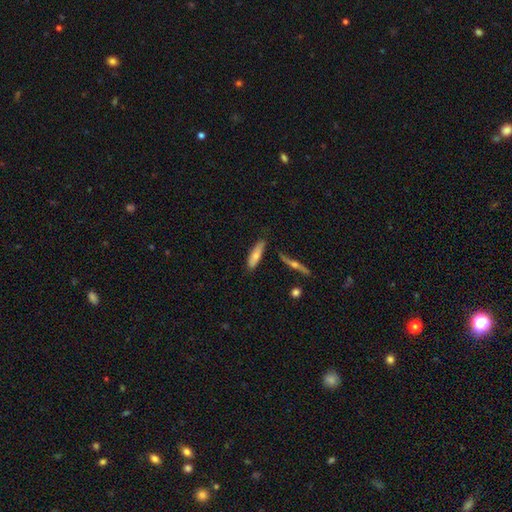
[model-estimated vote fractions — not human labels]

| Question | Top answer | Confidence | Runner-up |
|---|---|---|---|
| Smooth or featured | smooth | 61% | featured or disk (32%) |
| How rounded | cigar-shaped | 62% | in between (36%) |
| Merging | none | 76% | minor disturbance (15%) |